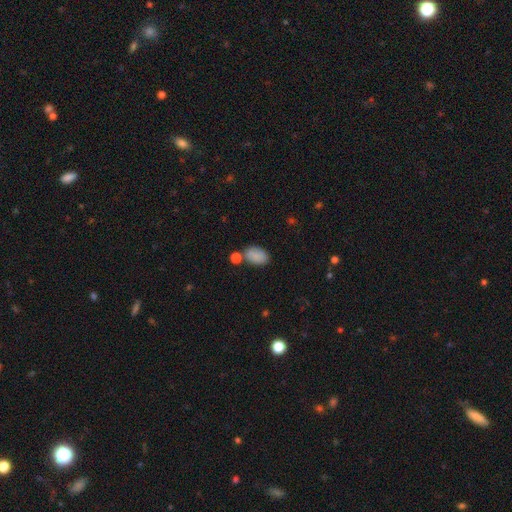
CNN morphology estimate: smooth-or-featured: smooth: 86% | star or artifact: 8% | featured or disk: 6%
  how-rounded: in between: 91% | round: 7% | cigar-shaped: 1%
  merging: none: 65% | merger: 15% | minor disturbance: 15% | major disturbance: 4%